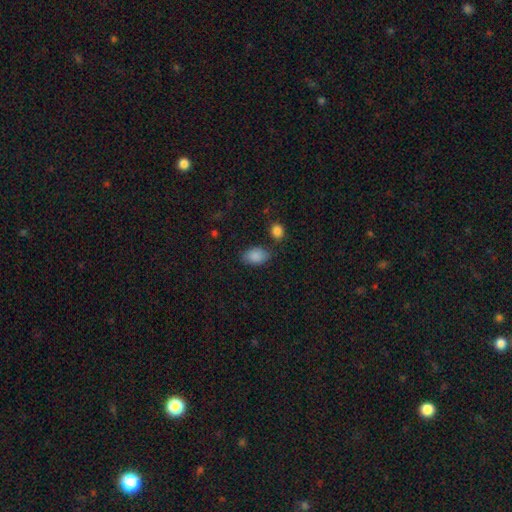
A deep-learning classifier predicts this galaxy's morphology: The model was most divided on "merging": none: 72%, minor disturbance: 17%, merger: 6%, major disturbance: 5%. More confident: how rounded — in between (87%); smooth or featured — smooth (87%).